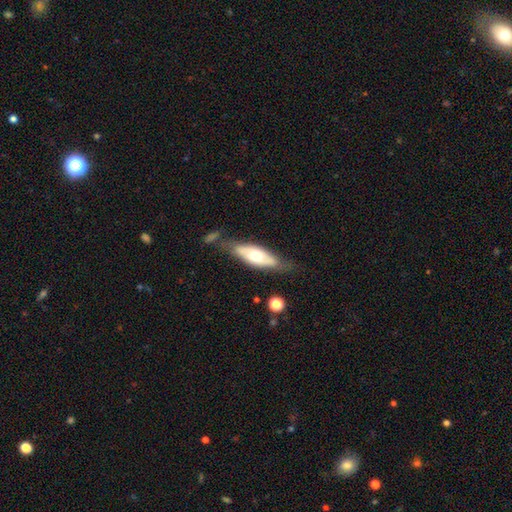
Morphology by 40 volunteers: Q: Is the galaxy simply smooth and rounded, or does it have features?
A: featured or disk — 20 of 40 (50%).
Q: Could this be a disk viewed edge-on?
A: yes — 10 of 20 (50%, tied with no).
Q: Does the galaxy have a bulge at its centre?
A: rounded — 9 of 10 (90%).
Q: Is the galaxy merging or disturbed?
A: minor disturbance — 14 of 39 (36%).